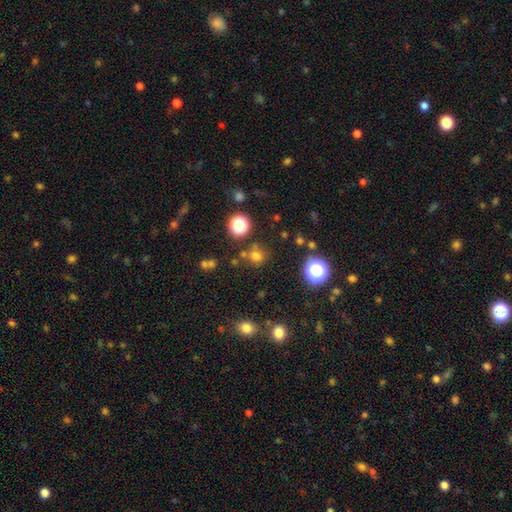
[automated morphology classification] Q: Smooth or featured?
A: smooth (68%); runner-up: star or artifact (25%)
Q: How rounded?
A: round (88%); runner-up: in between (10%)
Q: Merging?
A: none (74%); runner-up: merger (11%)